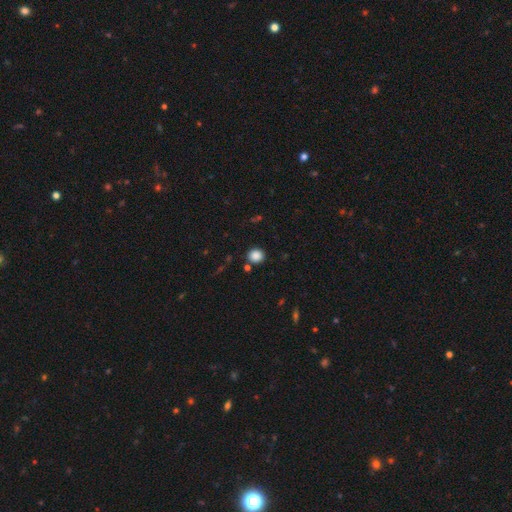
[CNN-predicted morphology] The model was most divided on "how rounded": round: 84%, in between: 15%, cigar-shaped: 1%. More confident: merging — none (87%); smooth or featured — smooth (87%).